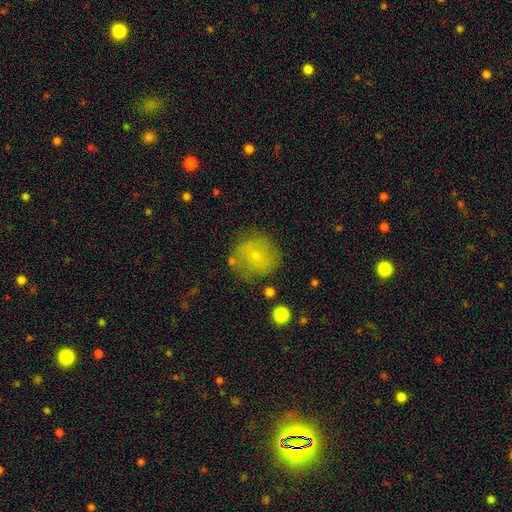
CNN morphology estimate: Smooth or featured: smooth — 62% (featured or disk — 27%)
How rounded: round — 89% (in between — 10%)
Merging: none — 72% (minor disturbance — 18%)